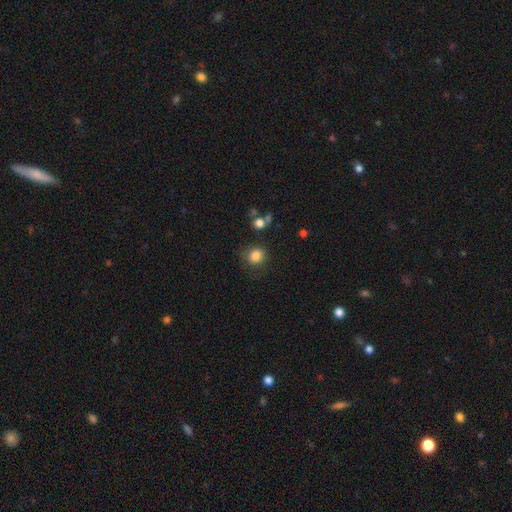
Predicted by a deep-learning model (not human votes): smooth-or-featured: smooth: 84% | star or artifact: 11% | featured or disk: 5%
  how-rounded: round: 79% | in between: 20% | cigar-shaped: 1%
  merging: none: 76% | minor disturbance: 15% | major disturbance: 5% | merger: 4%